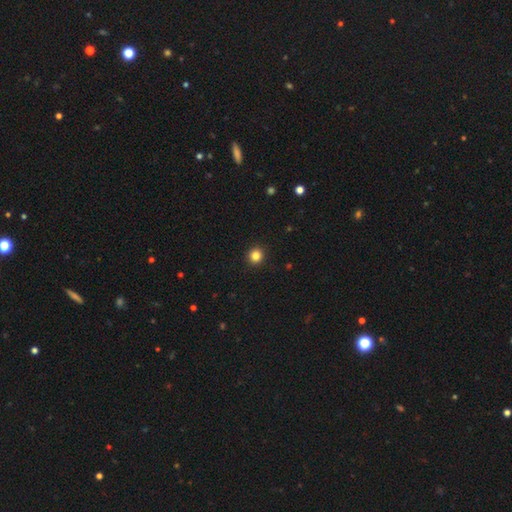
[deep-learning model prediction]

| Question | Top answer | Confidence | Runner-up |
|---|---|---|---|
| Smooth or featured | smooth | 84% | star or artifact (12%) |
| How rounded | round | 92% | in between (7%) |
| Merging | none | 93% | minor disturbance (4%) |